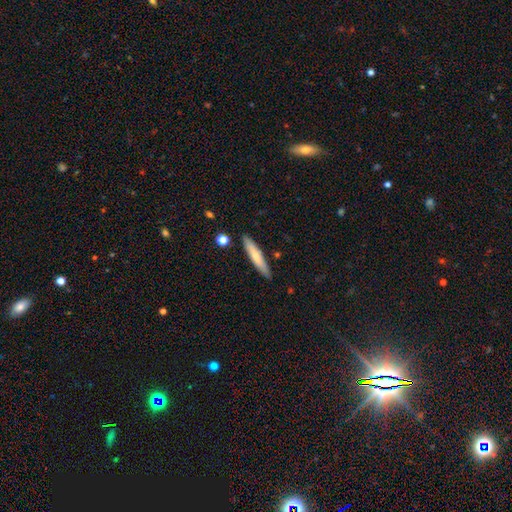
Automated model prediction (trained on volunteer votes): This appears to be a smooth galaxy with no disk features (71%) that is cigar-shaped (91%). Merging: none (87%).